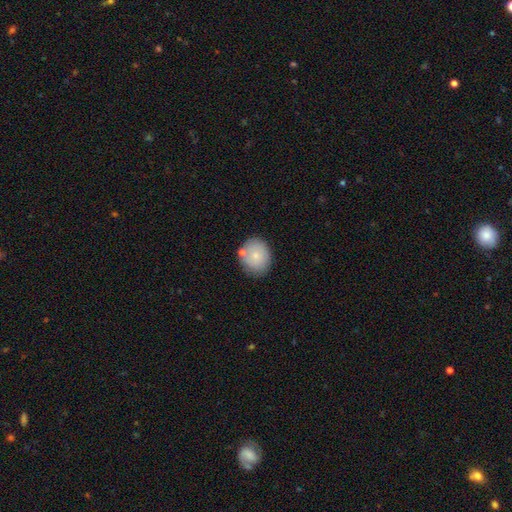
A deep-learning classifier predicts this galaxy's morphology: Smooth or featured? Predicted: smooth (p=0.78). How rounded? Predicted: round (p=0.66). Merging? Predicted: none (p=0.73).